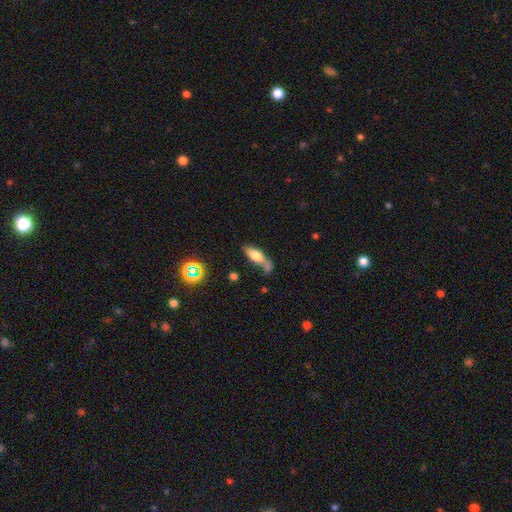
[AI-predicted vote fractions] The model was most divided on "merging": none: 42%, merger: 25%, minor disturbance: 21%, major disturbance: 13%. More confident: how rounded — in between (63%); smooth or featured — smooth (62%).